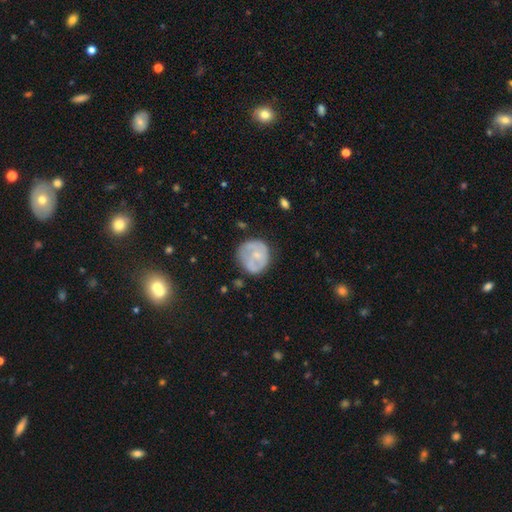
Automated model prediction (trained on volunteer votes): Smooth or featured: smooth — 51% (featured or disk — 42%)
How rounded: round — 85% (in between — 14%)
Merging: none — 62% (minor disturbance — 25%)